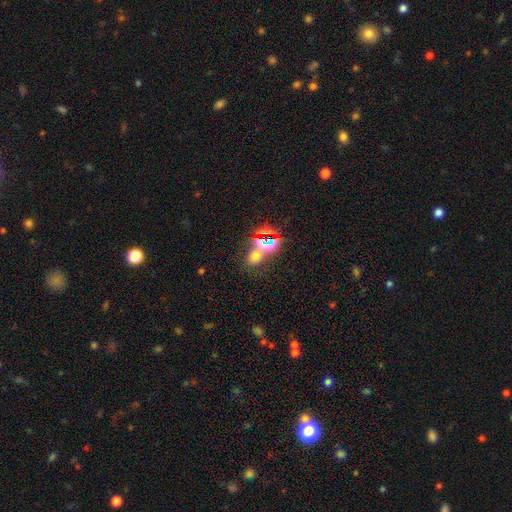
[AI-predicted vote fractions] Smooth or featured? star or artifact (47%)